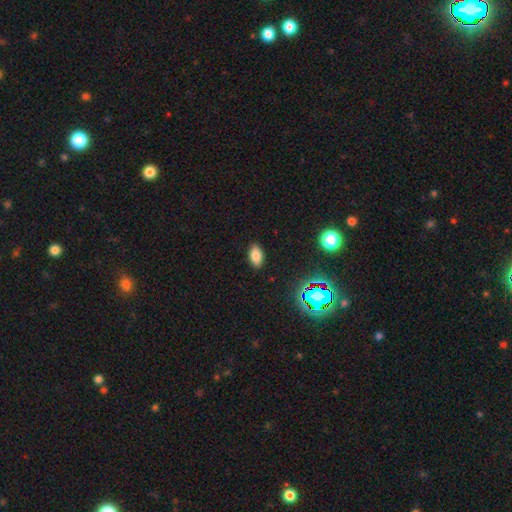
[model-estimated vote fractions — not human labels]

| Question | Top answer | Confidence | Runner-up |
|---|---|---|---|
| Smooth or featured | smooth | 79% | star or artifact (14%) |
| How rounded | in between | 92% | round (5%) |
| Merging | none | 88% | minor disturbance (8%) |